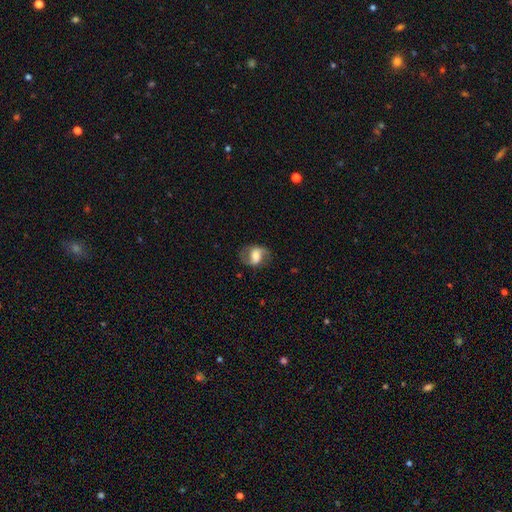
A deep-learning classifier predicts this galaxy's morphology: Q: Smooth or featured?
A: featured or disk (57%); runner-up: smooth (35%)
Q: Edge-on disk?
A: no (95%); runner-up: yes (5%)
Q: Bar?
A: weak (40%); runner-up: no (33%)
Q: Spiral arms?
A: yes (81%); runner-up: no (19%)
Q: Bulge size?
A: moderate (41%); runner-up: large (31%)
Q: Merging?
A: none (71%); runner-up: minor disturbance (18%)